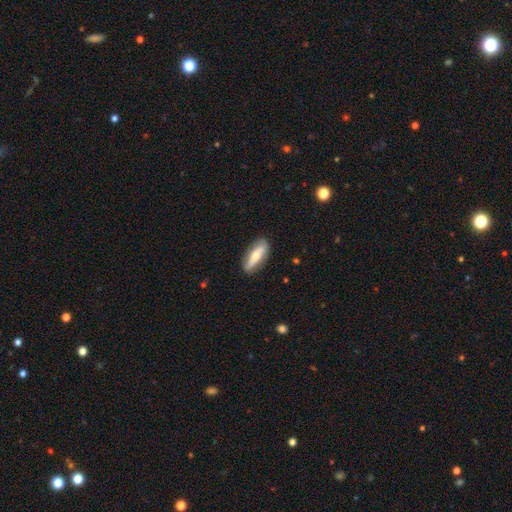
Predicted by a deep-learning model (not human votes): This is possibly a smooth galaxy (50%). How rounded: possibly in between (59%). Merging: clearly none (86%).